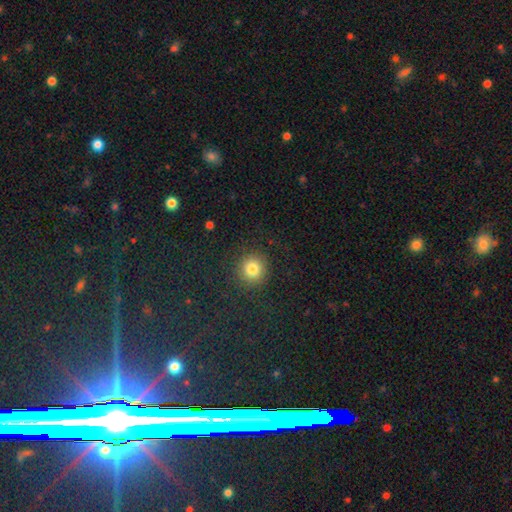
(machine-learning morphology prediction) Smooth or featured?
  - smooth: 64% *
  - star or artifact: 29%
  - featured or disk: 7%
How rounded?
  - round: 94% *
  - in between: 5%
  - cigar-shaped: 1%
Merging?
  - none: 92% *
  - minor disturbance: 5%
  - major disturbance: 2%
  - merger: 1%